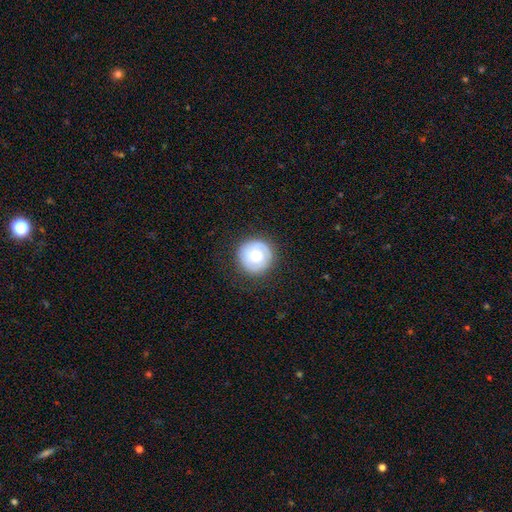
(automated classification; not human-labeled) Morphology: type=smooth (54%); roundness=round (94%); merging=none (83%).